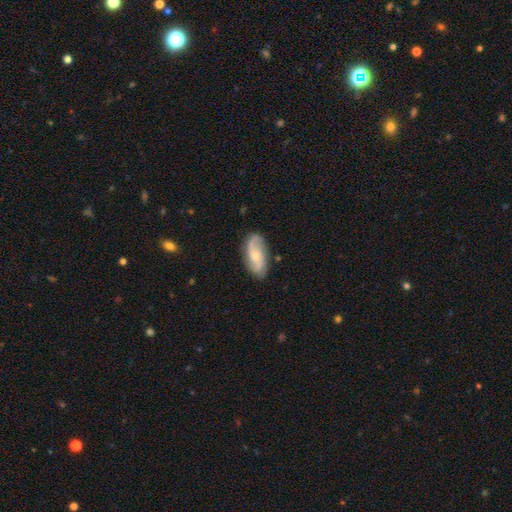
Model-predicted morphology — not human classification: Smooth or featured? Predicted: featured or disk (p=0.71). Edge-on disk? Predicted: no (p=0.94). Bar? Predicted: no (p=0.63). Spiral arms? Predicted: yes (p=0.93). Spiral winding? Predicted: loose (p=0.43). Spiral arm count? Predicted: 2 (p=0.81). Bulge size? Predicted: small (p=0.56). Merging? Predicted: none (p=0.79).